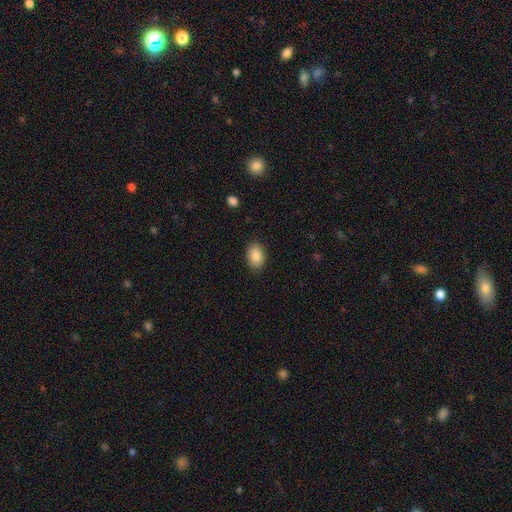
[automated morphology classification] This appears to be a smooth galaxy with no disk features (87%) that is in between round and cigar-shaped (84%). Merging: none (88%).